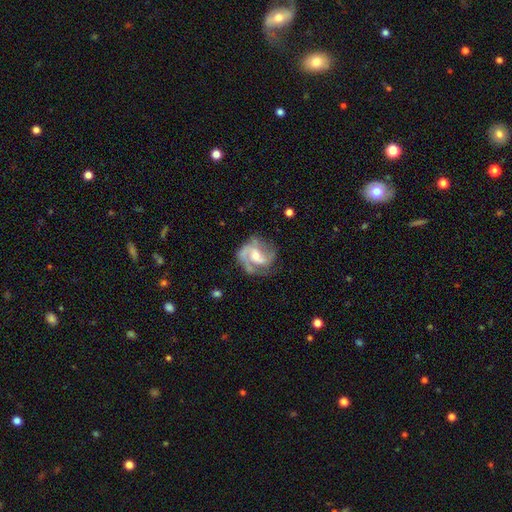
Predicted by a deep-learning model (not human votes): The model was most divided on "bar": weak: 47%, no: 36%, strong: 17%. More confident: edge-on disk — no (98%); spiral arms — yes (96%); smooth or featured — featured or disk (87%); spiral arm count — 2 (66%); merging — none (62%); bulge size — moderate (54%); spiral winding — medium (52%).